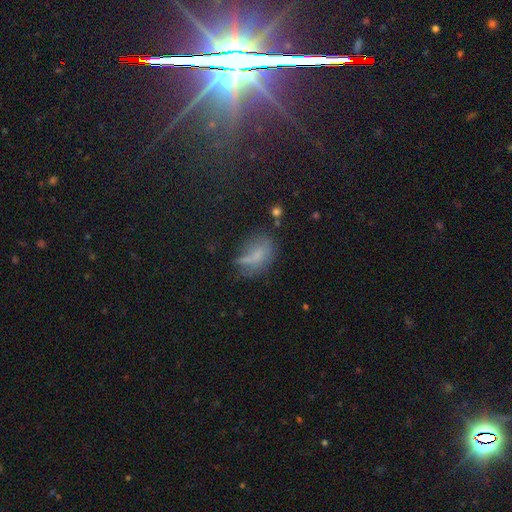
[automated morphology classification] A smooth galaxy with no disk features (54%) that is in between round and cigar-shaped (78%).

Vote fractions:
- Smooth or featured? smooth: 54% / featured or disk: 23% / star or artifact: 23%
- How rounded? in between: 78% / round: 16% / cigar-shaped: 6%
- Merging? none: 38% / minor disturbance: 28% / major disturbance: 26% / merger: 7%